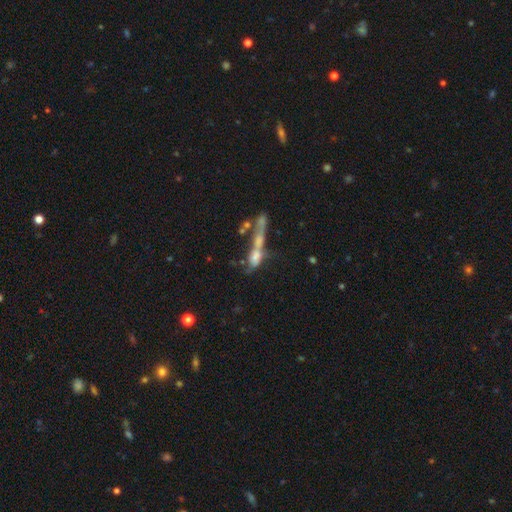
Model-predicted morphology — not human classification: smooth_or_featured: featured or disk (p=0.46) [alt: smooth p=0.36]
merging: merger (p=0.47) [alt: major disturbance p=0.21]